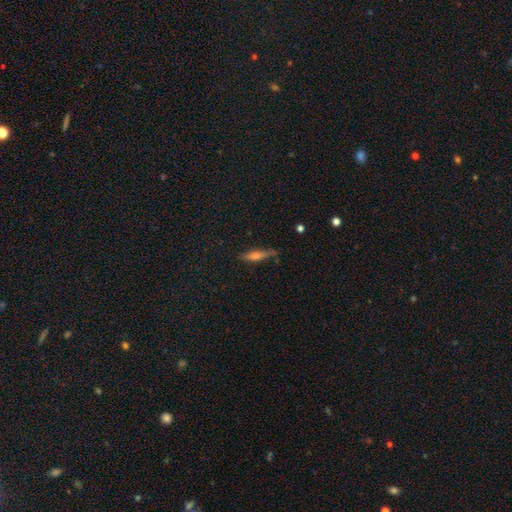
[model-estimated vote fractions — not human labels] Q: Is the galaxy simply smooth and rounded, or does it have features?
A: featured or disk — 47%.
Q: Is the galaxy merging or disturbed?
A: none — 74%.